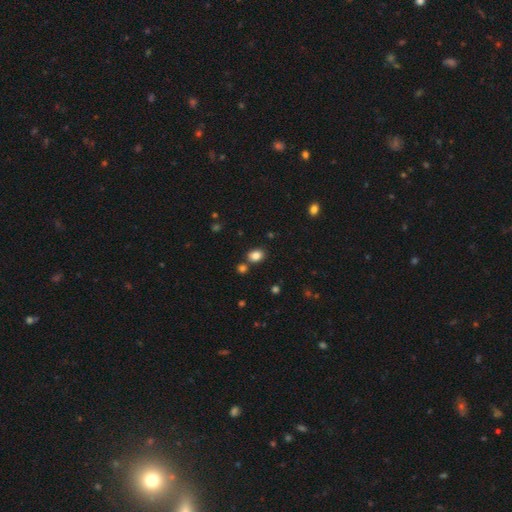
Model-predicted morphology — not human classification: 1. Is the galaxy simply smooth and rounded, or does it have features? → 84% smooth, 11% star or artifact, 5% featured or disk.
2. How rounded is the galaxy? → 68% in between, 31% round, 1% cigar-shaped.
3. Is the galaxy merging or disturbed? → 75% none, 12% merger, 11% minor disturbance, 3% major disturbance.